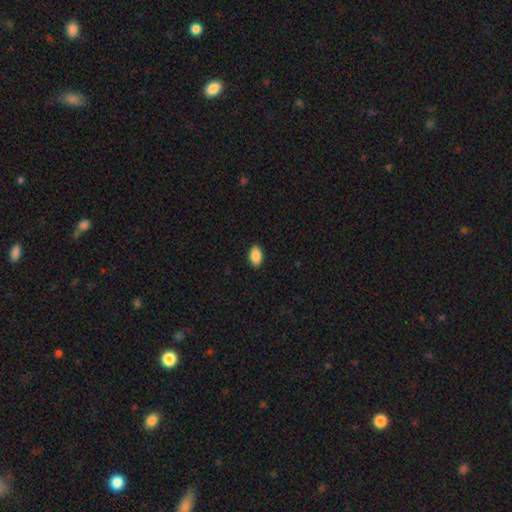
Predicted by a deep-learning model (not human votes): Morphology: type=smooth (89%); roundness=in between (92%); merging=none (90%).